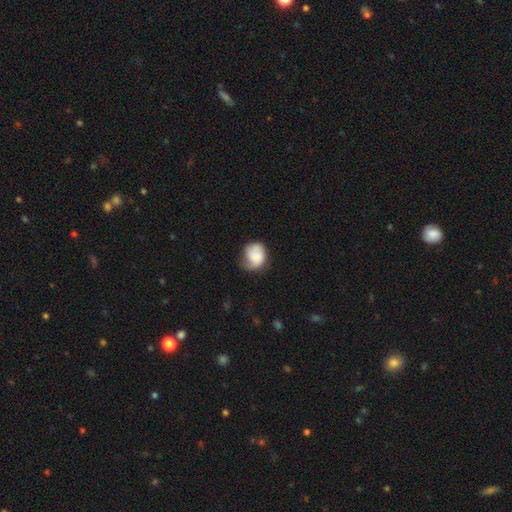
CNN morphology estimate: smooth_or_featured: smooth (p=0.70) [alt: featured or disk p=0.22]
how_rounded: round (p=0.62) [alt: in between p=0.37]
merging: none (p=0.41) [alt: minor disturbance p=0.38]